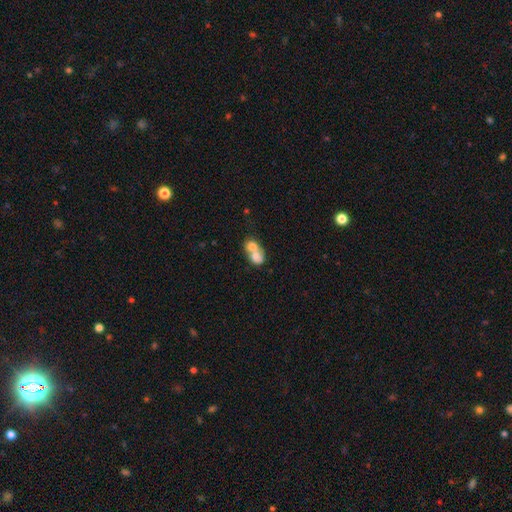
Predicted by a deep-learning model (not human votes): Overall: smooth (64%; featured or disk 28%). How rounded: in between (53%; round 45%). Merging: merger (79%).